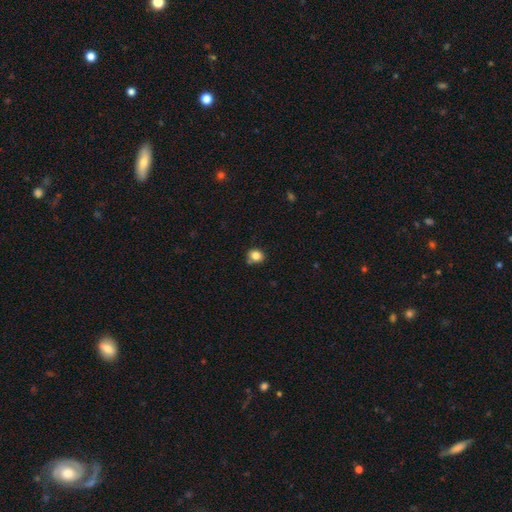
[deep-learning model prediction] Morphology: type=smooth (83%); roundness=round (71%); merging=none (73%).